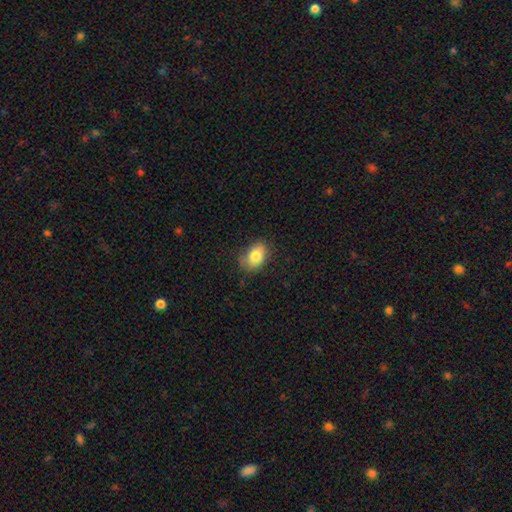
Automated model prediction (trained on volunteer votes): Smooth or featured: smooth — 82% (featured or disk — 10%)
How rounded: in between — 81% (round — 17%)
Merging: none — 73% (minor disturbance — 21%)